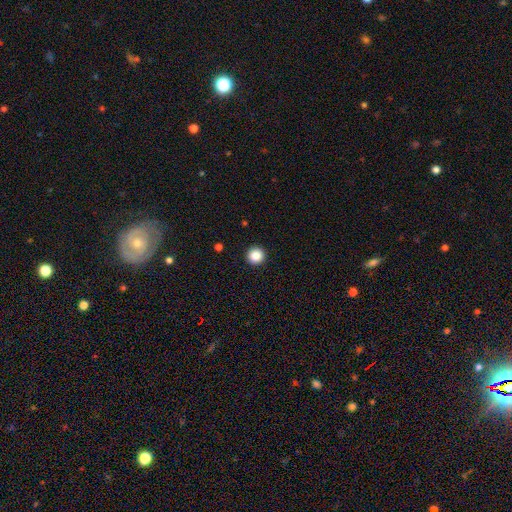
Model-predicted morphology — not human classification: This is clearly a smooth galaxy (87%). How rounded: clearly round (96%). Merging: clearly none (93%).